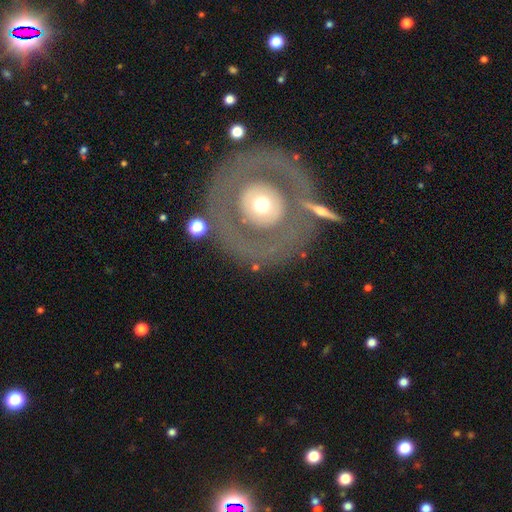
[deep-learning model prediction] Q: Smooth or featured?
A: featured or disk (62%); runner-up: smooth (31%)
Q: Edge-on disk?
A: no (95%); runner-up: yes (5%)
Q: Bar?
A: no (90%); runner-up: weak (7%)
Q: Spiral arms?
A: no (80%); runner-up: yes (20%)
Q: Bulge size?
A: moderate (64%); runner-up: large (19%)
Q: Merging?
A: none (75%); runner-up: minor disturbance (12%)